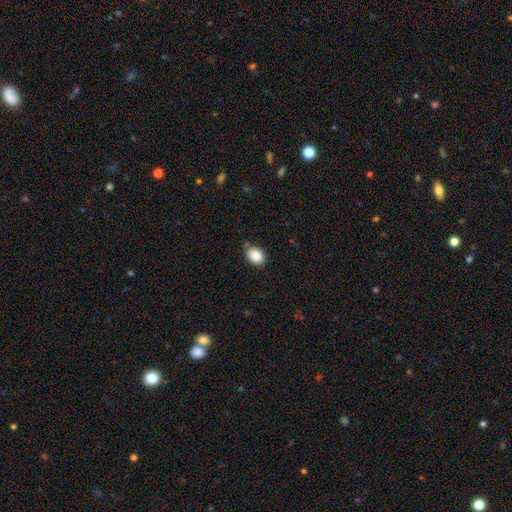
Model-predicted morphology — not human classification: This is clearly a smooth galaxy (86%). How rounded: likely in between (64%). Merging: likely none (69%).